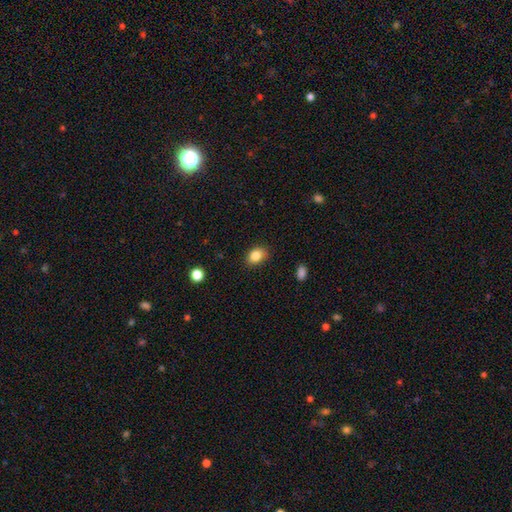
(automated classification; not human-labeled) Overall: smooth (85%). How rounded: in between (73%). Merging: none (86%).